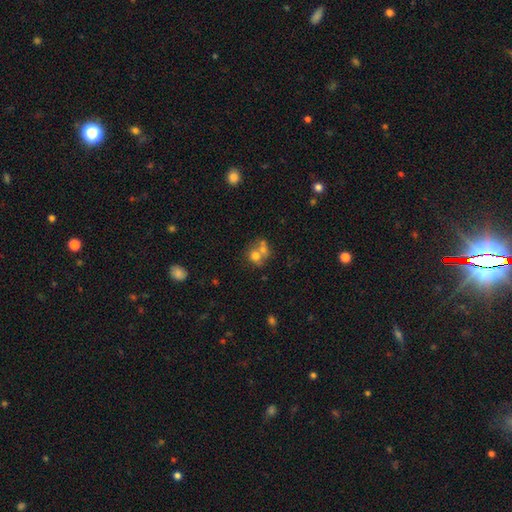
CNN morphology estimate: smooth_or_featured: smooth (p=0.65) [alt: featured or disk p=0.23]
how_rounded: round (p=0.72) [alt: in between p=0.27]
merging: merger (p=0.57) [alt: none p=0.30]